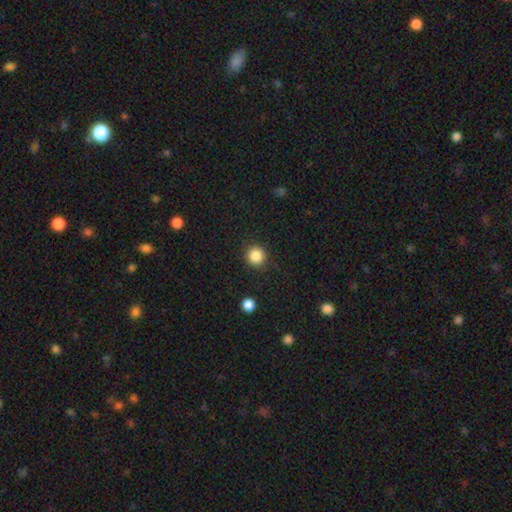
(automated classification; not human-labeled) smooth-or-featured: smooth: 86% | star or artifact: 11% | featured or disk: 4%
  how-rounded: round: 94% | in between: 5% | cigar-shaped: 1%
  merging: none: 90% | minor disturbance: 6% | major disturbance: 2% | merger: 1%